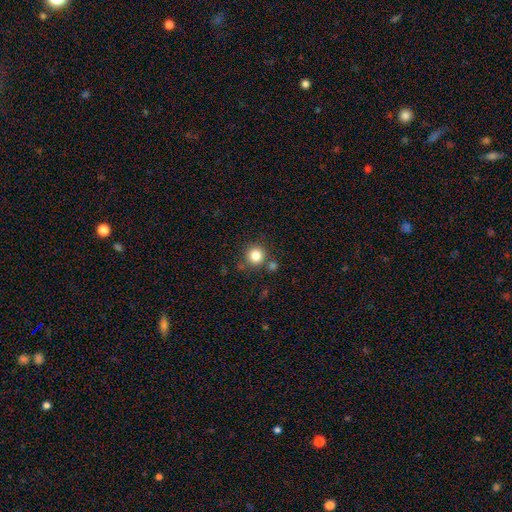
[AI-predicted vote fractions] Smooth or featured? Predicted: smooth (p=0.83). How rounded? Predicted: round (p=0.93). Merging? Predicted: none (p=0.78).